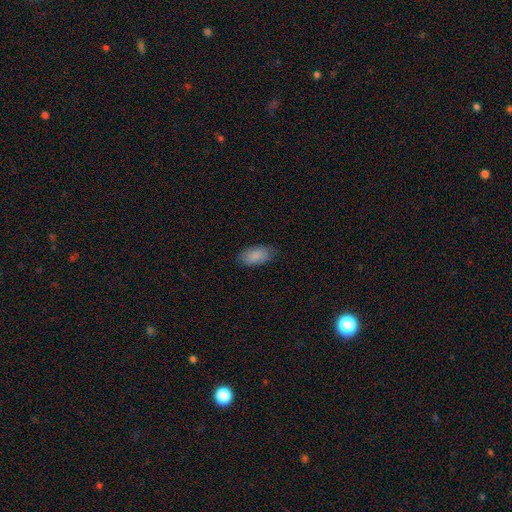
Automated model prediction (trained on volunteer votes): This appears to be a smooth galaxy with no disk features (87%) that is in between round and cigar-shaped (94%). Merging: none (81%).